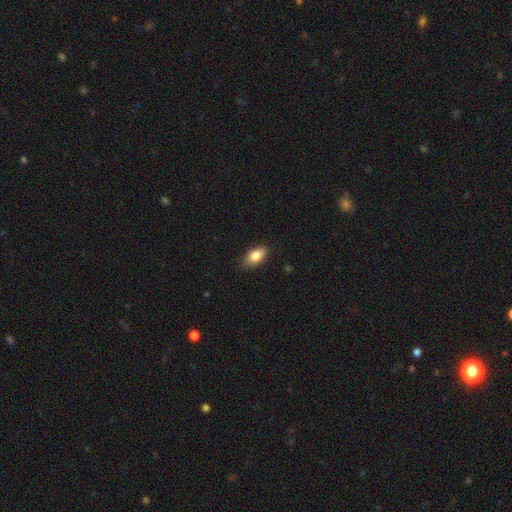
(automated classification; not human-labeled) smooth_or_featured: smooth (p=0.84) [alt: featured or disk p=0.09]
how_rounded: in between (p=0.91) [alt: round p=0.05]
merging: none (p=0.82) [alt: minor disturbance p=0.15]